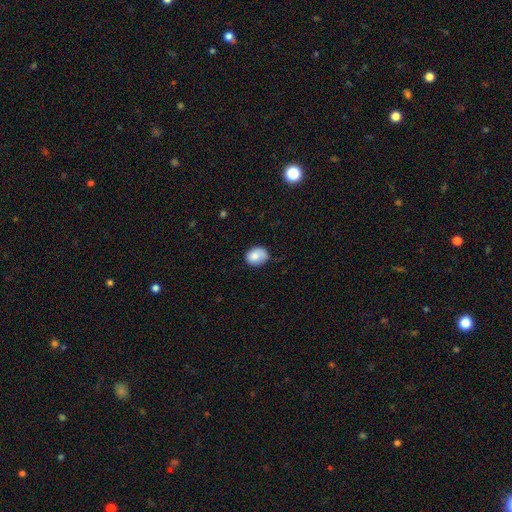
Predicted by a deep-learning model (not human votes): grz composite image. It shows a smooth galaxy with no disk features (83%) that is round (50%). Merging: none (60%).